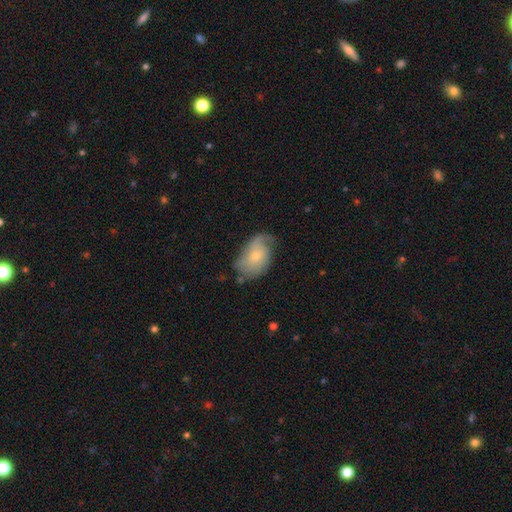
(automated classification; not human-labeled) This appears to be a featured or disk galaxy (62%) with no bar (72%), 2 (42%) medium (37%) spiral arms (86%) and a small central bulge (62%). Merging: none (53%).